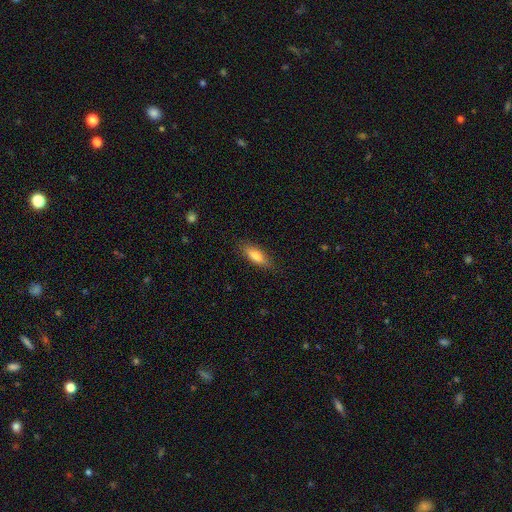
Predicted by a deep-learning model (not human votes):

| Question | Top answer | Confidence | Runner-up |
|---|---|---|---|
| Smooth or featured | smooth | 75% | featured or disk (18%) |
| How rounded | in between | 56% | cigar-shaped (42%) |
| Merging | none | 84% | minor disturbance (12%) |